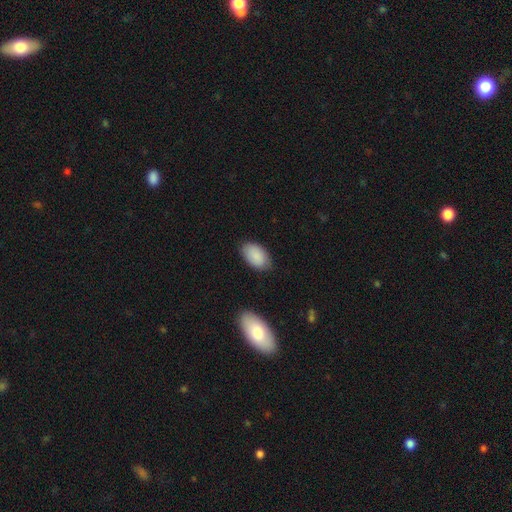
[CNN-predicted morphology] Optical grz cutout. It shows a smooth galaxy with no disk features (88%) that is in between round and cigar-shaped (94%). Merging: none (81%).